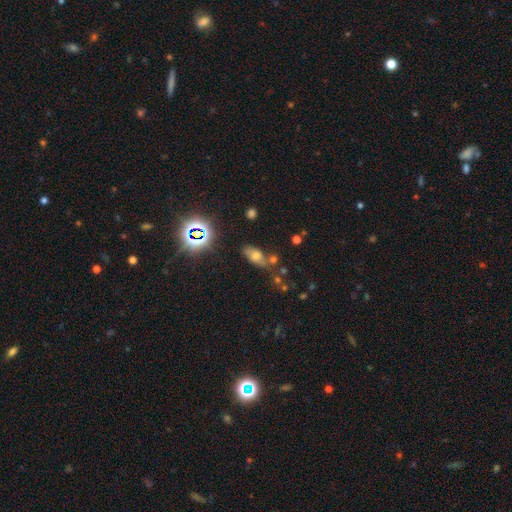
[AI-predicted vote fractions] The model was most divided on "smooth or featured": smooth: 56%, star or artifact: 24%, featured or disk: 20%. More confident: how rounded — in between (80%); merging — none (60%).